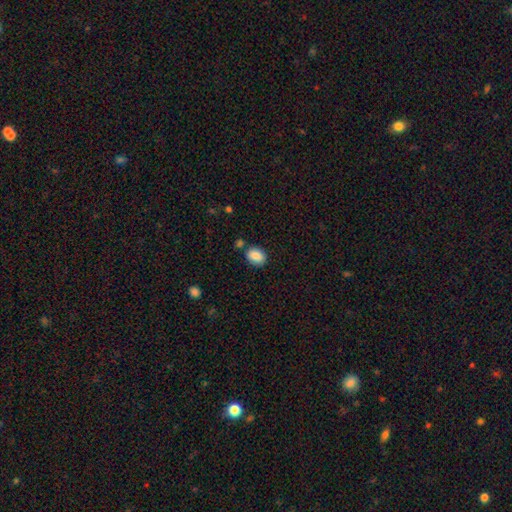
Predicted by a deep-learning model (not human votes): This is clearly a smooth galaxy (87%). How rounded: possibly in between (59%). Merging: likely none (78%).